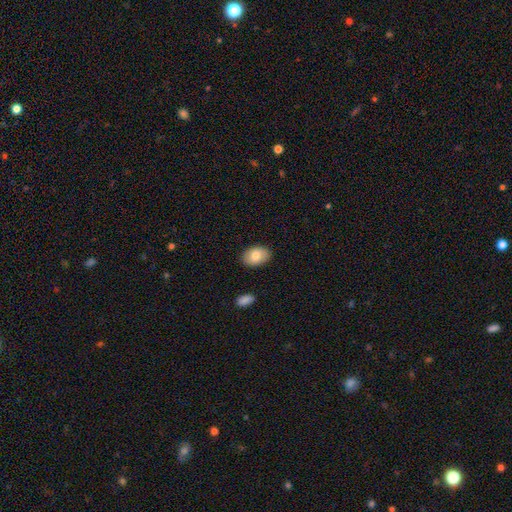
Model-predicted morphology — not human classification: Smooth or featured: smooth — 81% (featured or disk — 12%)
How rounded: in between — 87% (round — 12%)
Merging: none — 86% (minor disturbance — 10%)